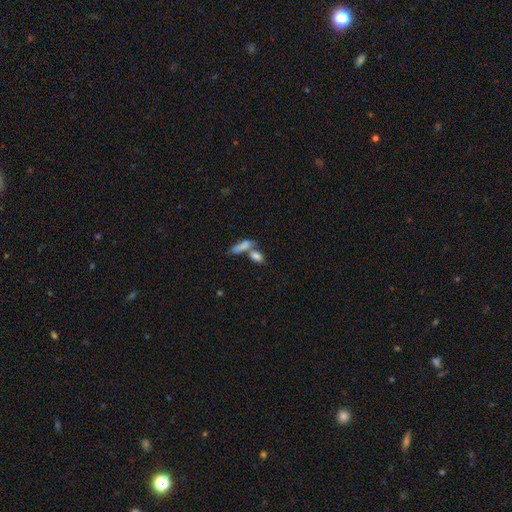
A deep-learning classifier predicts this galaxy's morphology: Smooth or featured: smooth — 80% (featured or disk — 12%)
How rounded: in between — 74% (cigar-shaped — 17%)
Merging: merger — 49% (none — 38%)